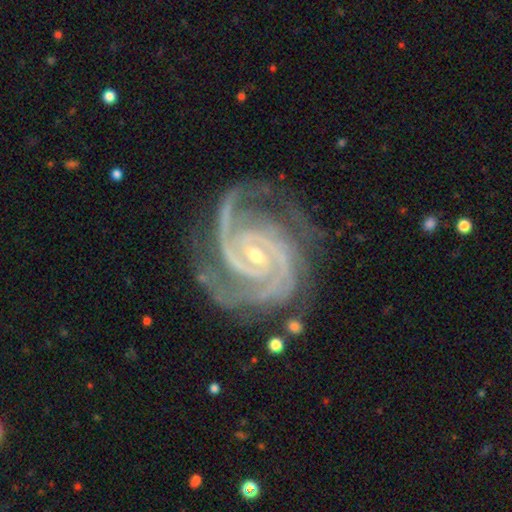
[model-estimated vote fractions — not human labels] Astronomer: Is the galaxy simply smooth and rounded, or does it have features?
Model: featured or disk — 94%.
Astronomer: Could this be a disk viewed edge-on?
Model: no — 98%.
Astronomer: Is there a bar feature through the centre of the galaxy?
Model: weak — 42% (runner-up: no, 33%).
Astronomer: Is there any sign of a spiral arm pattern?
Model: yes — 99%.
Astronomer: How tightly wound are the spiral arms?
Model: tight — 68%.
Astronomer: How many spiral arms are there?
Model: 2 — 36% (runner-up: 3, 34%).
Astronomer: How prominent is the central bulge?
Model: small — 66%.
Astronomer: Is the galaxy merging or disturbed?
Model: none — 67%.